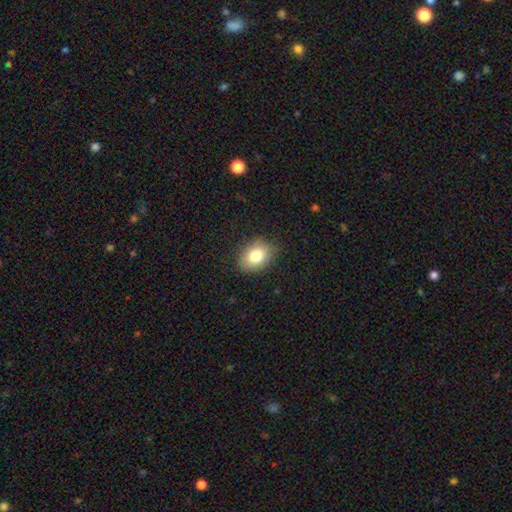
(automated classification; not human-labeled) A smooth galaxy with no disk features (80%) that is in between round and cigar-shaped (66%). Merging: none (84%).